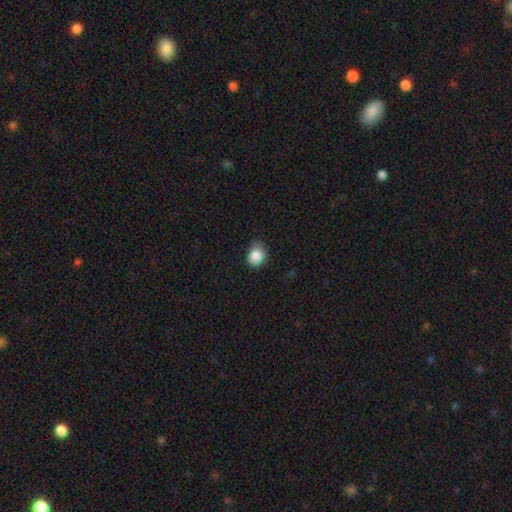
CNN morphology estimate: Smooth or featured? Predicted: smooth (p=0.85). How rounded? Predicted: round (p=0.58). Merging? Predicted: none (p=0.63).